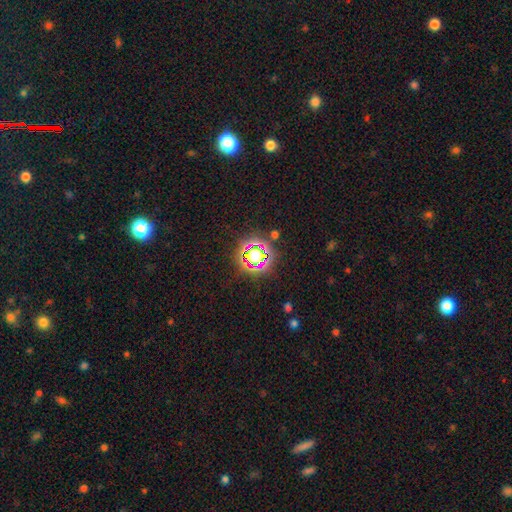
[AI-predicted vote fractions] Smooth or featured: star or artifact — 62% (smooth — 26%)